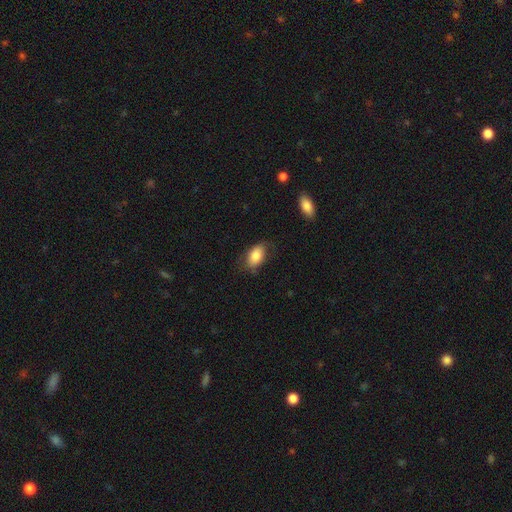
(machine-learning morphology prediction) smooth-or-featured: smooth: 83% | featured or disk: 10% | star or artifact: 7%
  how-rounded: in between: 91% | round: 7% | cigar-shaped: 2%
  merging: none: 68% | minor disturbance: 24% | major disturbance: 7% | merger: 1%